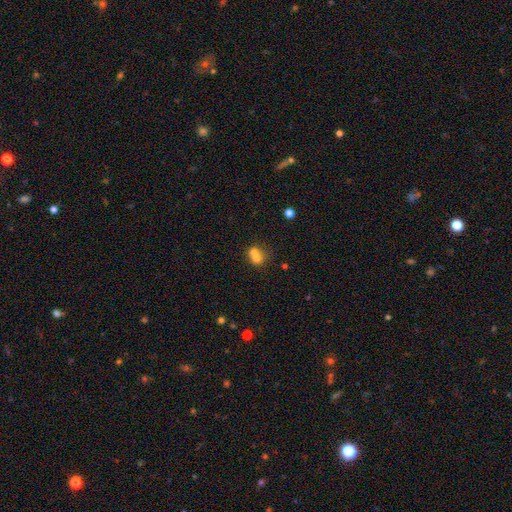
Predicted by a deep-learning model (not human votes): smooth 67%, featured or disk 20%, star or artifact 14%. Down the decision tree: how rounded — round (78%); merging — merger (63%).